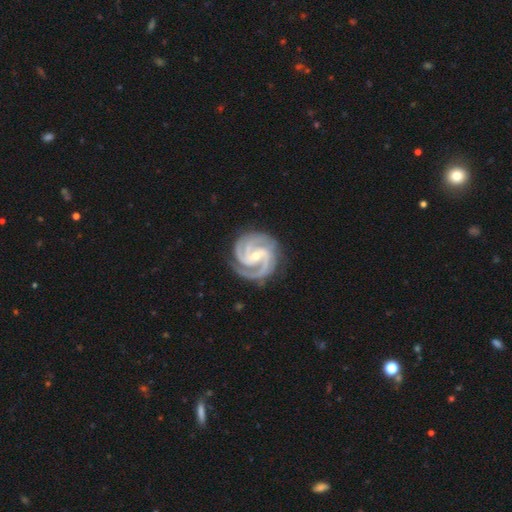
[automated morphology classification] Smooth or featured: featured or disk — 95% (star or artifact — 3%)
Edge-on disk: no — 98% (yes — 2%)
Bar: weak — 45% (strong — 29%)
Spiral arms: yes — 99% (no — 1%)
Spiral winding: tight — 61% (medium — 36%)
Spiral arm count: 3 — 60% (2 — 19%)
Bulge size: small — 61% (moderate — 36%)
Merging: none — 81% (minor disturbance — 14%)